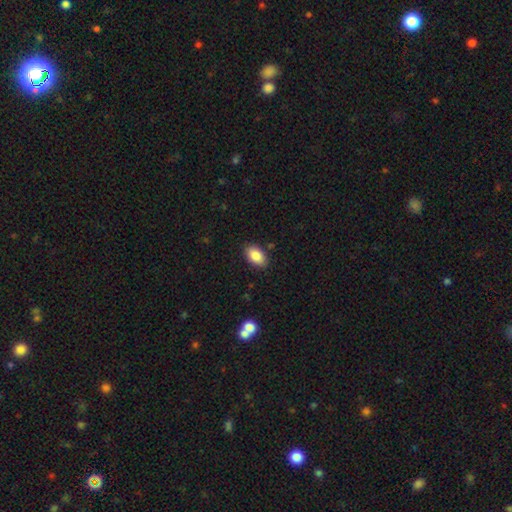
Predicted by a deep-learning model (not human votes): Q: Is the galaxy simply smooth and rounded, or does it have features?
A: smooth — 87%.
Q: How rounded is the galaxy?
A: in between — 93%.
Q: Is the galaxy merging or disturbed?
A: none — 86%.